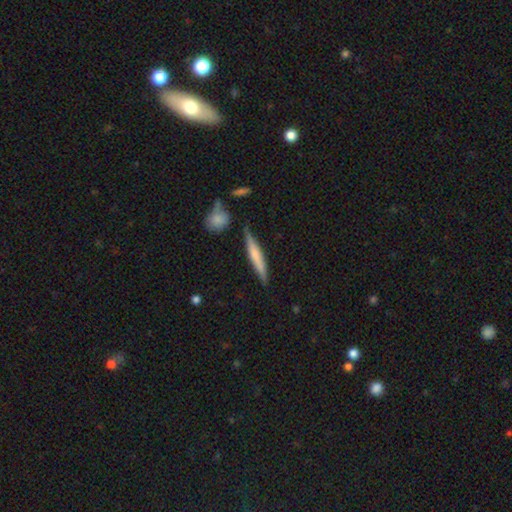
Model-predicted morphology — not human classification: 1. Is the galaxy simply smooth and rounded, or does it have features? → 57% smooth, 37% featured or disk, 6% star or artifact.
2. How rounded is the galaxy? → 92% cigar-shaped, 7% in between, 2% round.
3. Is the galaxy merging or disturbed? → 81% none, 12% minor disturbance, 4% merger, 3% major disturbance.